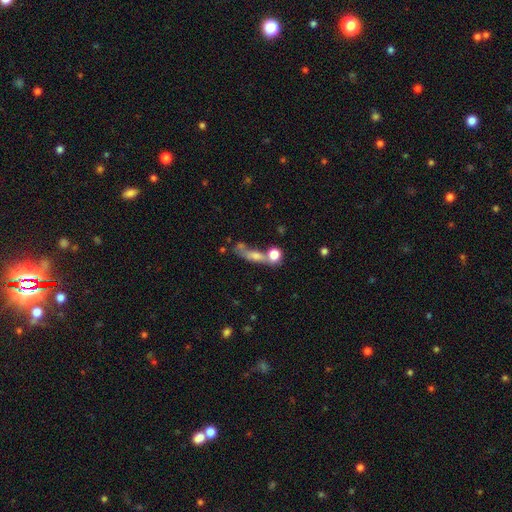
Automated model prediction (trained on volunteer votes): Morphology: type=smooth (55%); roundness=cigar-shaped (38%); merging=merger (36%).